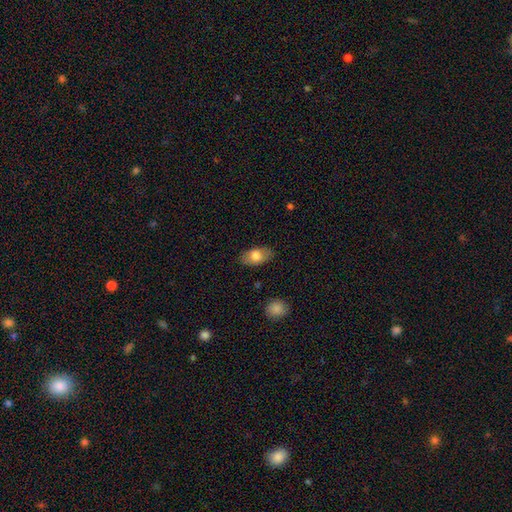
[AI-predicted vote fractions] Smooth or featured?
  - smooth: 76% *
  - featured or disk: 18%
  - star or artifact: 6%
How rounded?
  - in between: 91% *
  - round: 6%
  - cigar-shaped: 3%
Merging?
  - none: 83% *
  - minor disturbance: 12%
  - major disturbance: 3%
  - merger: 1%